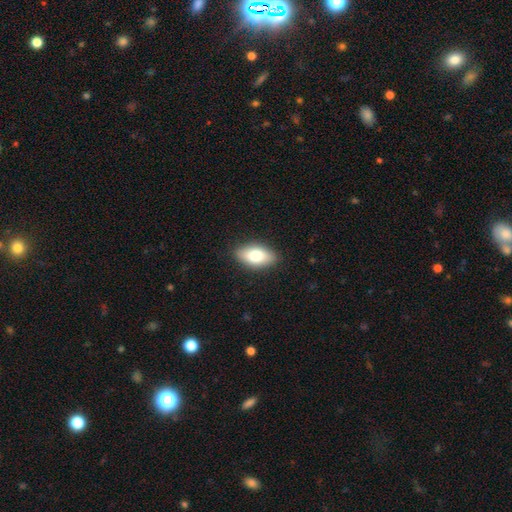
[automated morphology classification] The model was most divided on "smooth or featured": smooth: 78%, featured or disk: 15%, star or artifact: 7%. More confident: how rounded — in between (91%); merging — none (87%).